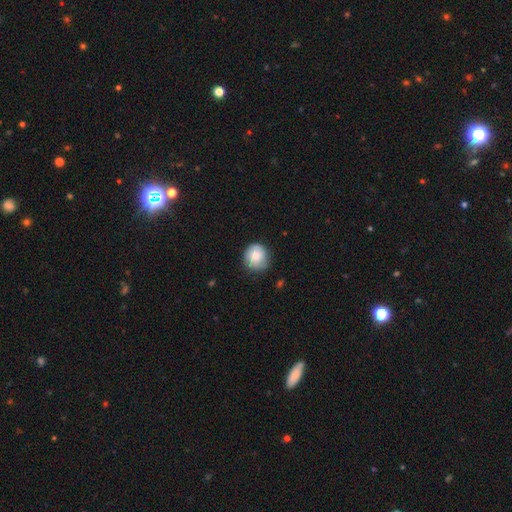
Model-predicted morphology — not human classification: The model was most divided on "merging": none: 75%, minor disturbance: 20%, major disturbance: 4%, merger: 1%. More confident: how rounded — round (87%); smooth or featured — smooth (77%).